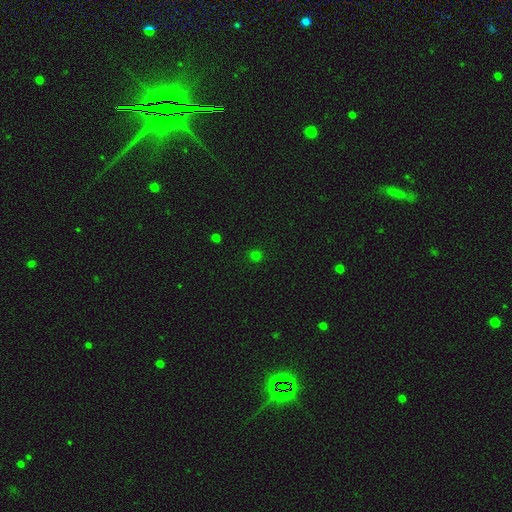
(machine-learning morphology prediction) Q: Smooth or featured?
A: smooth (72%); runner-up: star or artifact (24%)
Q: How rounded?
A: round (92%); runner-up: in between (7%)
Q: Merging?
A: none (91%); runner-up: minor disturbance (6%)